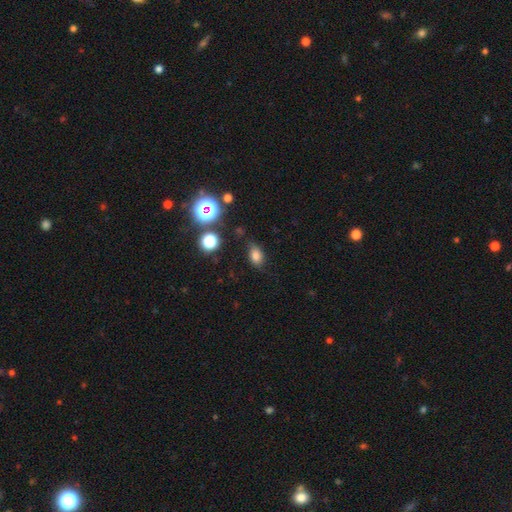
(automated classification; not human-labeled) A smooth galaxy with no disk features (76%) that is in between round and cigar-shaped (79%).

Vote fractions:
- Smooth or featured? smooth: 76% / star or artifact: 16% / featured or disk: 8%
- How rounded? in between: 79% / round: 19% / cigar-shaped: 2%
- Merging? none: 73% / minor disturbance: 19% / major disturbance: 5% / merger: 3%